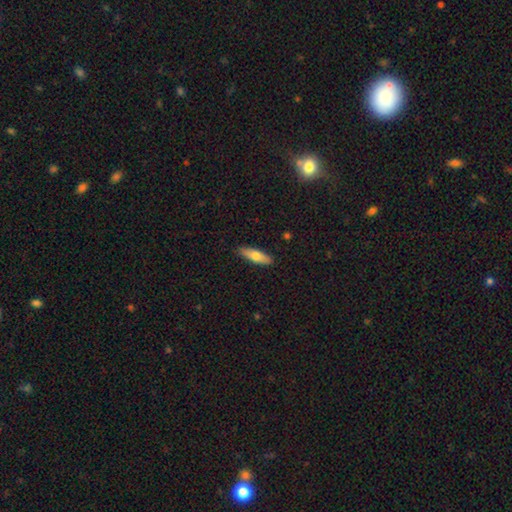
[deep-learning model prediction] smooth-or-featured: smooth: 68% | featured or disk: 27% | star or artifact: 6%
  how-rounded: in between: 49% (tied) | cigar-shaped: 49% (tied) | round: 2%
  merging: none: 89% | minor disturbance: 9% | major disturbance: 2% | merger: 1%